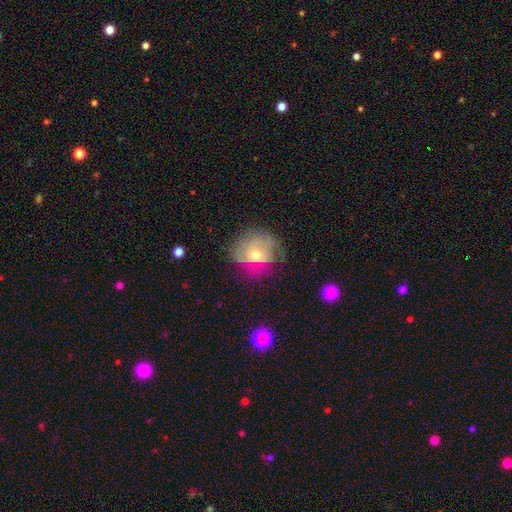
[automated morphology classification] A featured or disk galaxy (49%). Merging: none (57%).